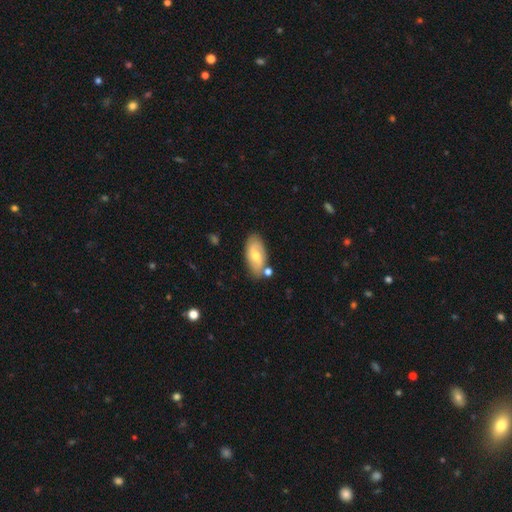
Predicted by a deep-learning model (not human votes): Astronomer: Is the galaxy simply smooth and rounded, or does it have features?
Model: featured or disk — 57% (runner-up: smooth, 37%).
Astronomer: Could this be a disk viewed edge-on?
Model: no — 91%.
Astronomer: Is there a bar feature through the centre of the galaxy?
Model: no — 44% (runner-up: weak, 43%).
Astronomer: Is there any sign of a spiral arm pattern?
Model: yes — 78%.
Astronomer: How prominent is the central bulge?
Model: moderate — 62%.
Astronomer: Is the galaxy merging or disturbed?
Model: none — 72%.